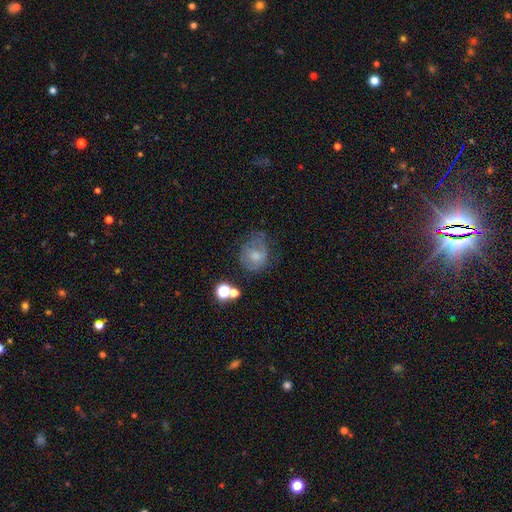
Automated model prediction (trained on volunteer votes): smooth-or-featured: smooth: 56% | featured or disk: 32% | star or artifact: 12%
  how-rounded: round: 69% | in between: 30% | cigar-shaped: 1%
  merging: none: 42% | minor disturbance: 31% | major disturbance: 23% | merger: 5%